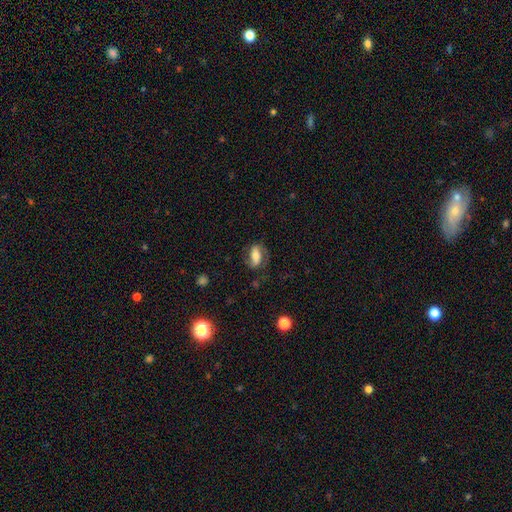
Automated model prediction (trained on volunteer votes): smooth_or_featured: featured or disk (p=0.49) [alt: smooth p=0.43]
merging: none (p=0.63) [alt: minor disturbance p=0.20]